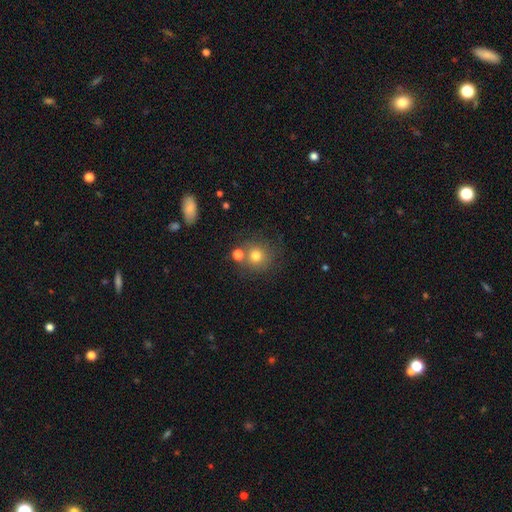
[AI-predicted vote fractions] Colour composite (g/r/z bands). It shows a smooth galaxy with no disk features (76%) that is round (89%). Merging: none (69%).